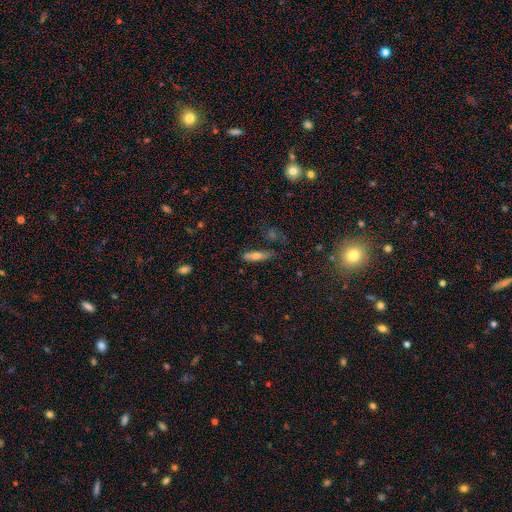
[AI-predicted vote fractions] This appears to be a smooth galaxy with no disk features (59%) that is cigar-shaped (63%). Merging: none (66%).